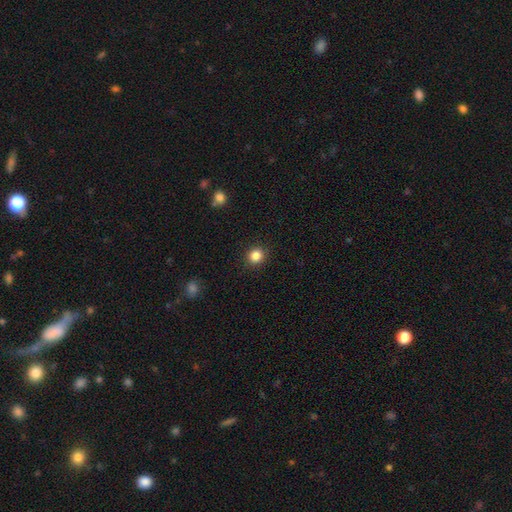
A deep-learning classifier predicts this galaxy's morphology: Smooth or featured: smooth — 85% (star or artifact — 12%)
How rounded: round — 88% (in between — 11%)
Merging: none — 92% (minor disturbance — 5%)